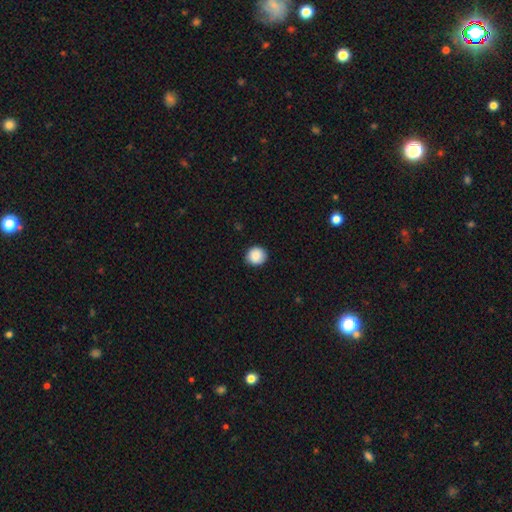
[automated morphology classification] This is clearly a smooth galaxy (88%). How rounded: clearly round (91%). Merging: clearly none (88%).